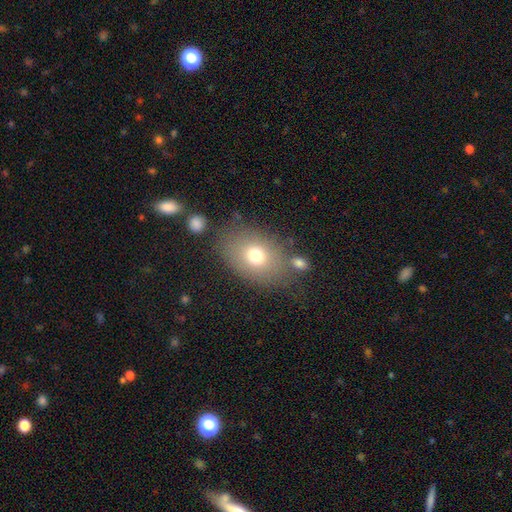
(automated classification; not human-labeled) Smooth or featured? Predicted: smooth (p=0.72). How rounded? Predicted: in between (p=0.71). Merging? Predicted: none (p=0.69).